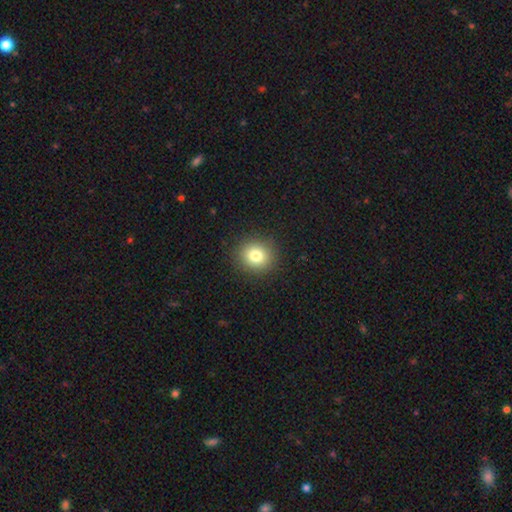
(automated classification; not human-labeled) Smooth or featured?
  - smooth: 80% *
  - star or artifact: 12%
  - featured or disk: 8%
How rounded?
  - round: 84% *
  - in between: 15%
  - cigar-shaped: 1%
Merging?
  - none: 90% *
  - minor disturbance: 6%
  - major disturbance: 2%
  - merger: 1%